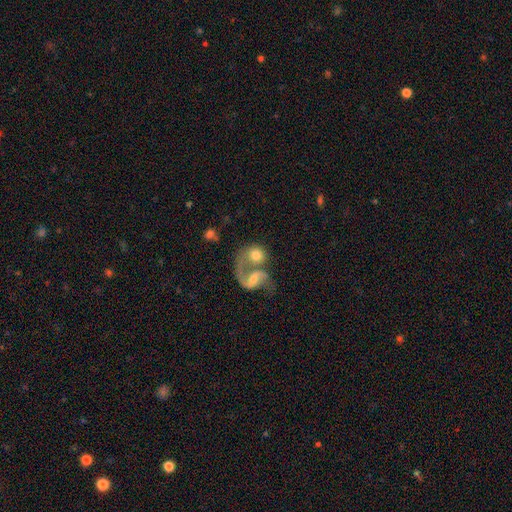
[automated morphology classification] This is possibly a featured or disk galaxy (56%). It is clearly not viewed edge-on (97%). Bar: marginally no (42%). Spiral arm pattern: clearly yes (82%). Central bulge: marginally moderate (44%). Merging: possibly merger (55%).